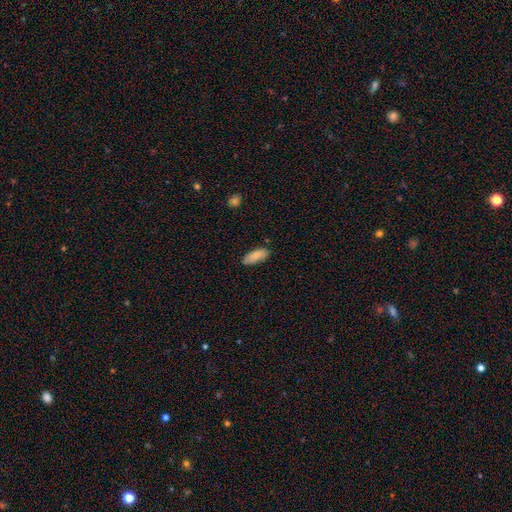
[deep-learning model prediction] A smooth galaxy with no disk features (86%) that is in between round and cigar-shaped (79%).

Vote fractions:
- Smooth or featured? smooth: 86% / featured or disk: 8% / star or artifact: 6%
- How rounded? in between: 79% / cigar-shaped: 19% / round: 2%
- Merging? none: 83% / minor disturbance: 14% / major disturbance: 2% / merger: 1%